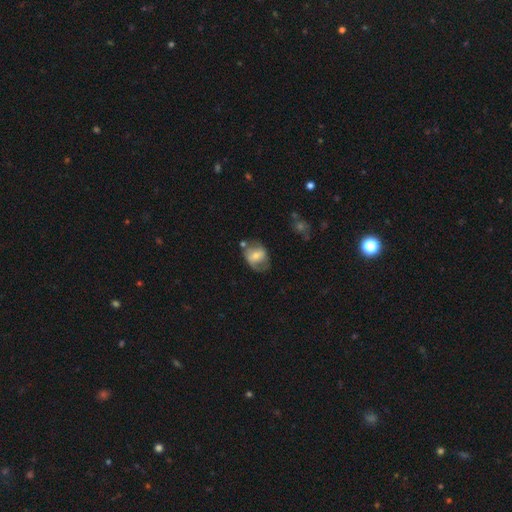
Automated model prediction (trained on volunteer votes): Smooth or featured? smooth (49%)
Merging? none (50%)